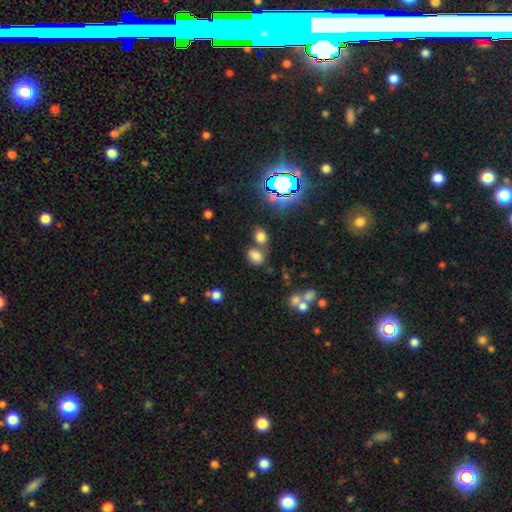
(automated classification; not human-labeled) Morphology: type=smooth (73%); roundness=in between (62%); merging=none (53%).